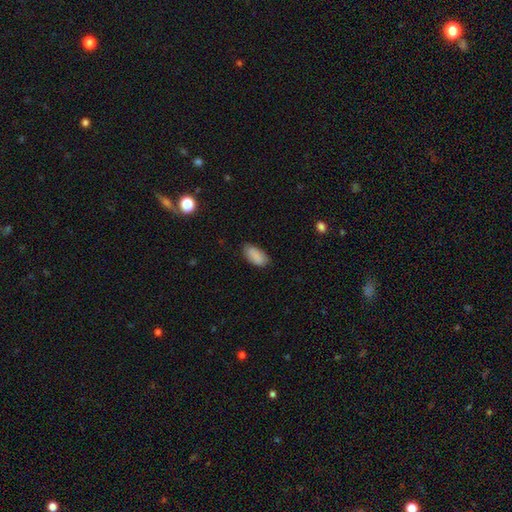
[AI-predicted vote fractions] smooth_or_featured: smooth (p=0.88) [alt: star or artifact p=0.07]
how_rounded: in between (p=0.93) [alt: cigar-shaped p=0.05]
merging: none (p=0.79) [alt: minor disturbance p=0.17]